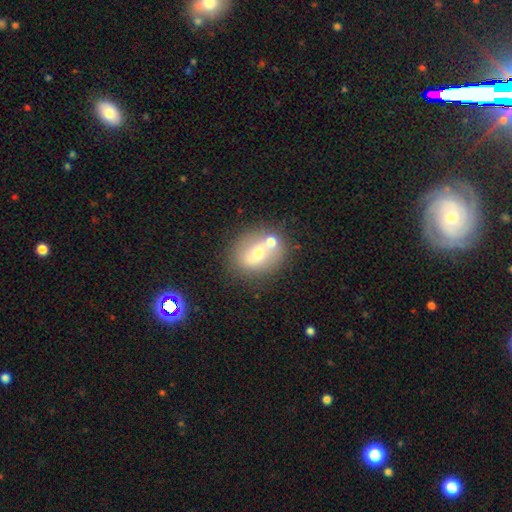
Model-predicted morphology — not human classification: smooth 47%, featured or disk 38%, star or artifact 14%. Down the decision tree: merging — none (52%).